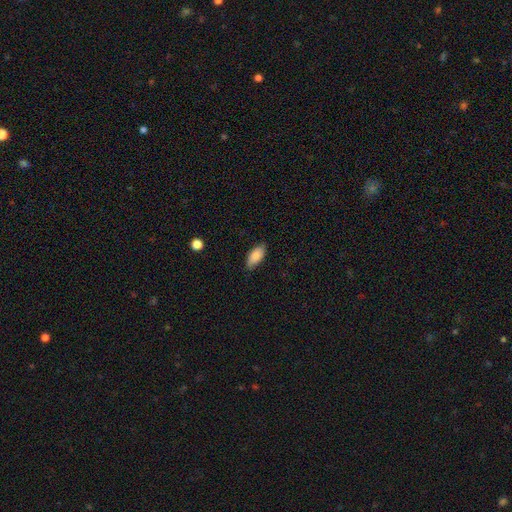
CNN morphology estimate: This is clearly a smooth galaxy (85%). How rounded: clearly in between (90%). Merging: clearly none (82%).